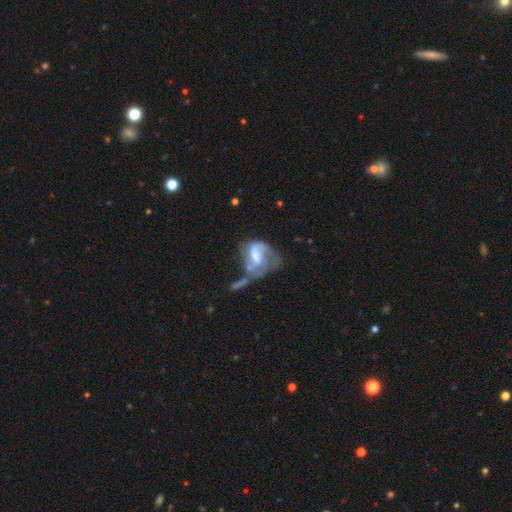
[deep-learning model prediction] Smooth or featured?
  - featured or disk: 68% *
  - smooth: 24%
  - star or artifact: 7%
Edge-on disk?
  - no: 97% *
  - yes: 3%
Bar?
  - weak: 49% *
  - no: 32%
  - strong: 19%
Spiral arms?
  - yes: 76% *
  - no: 24%
Spiral winding?
  - medium: 41% *
  - loose: 37%
  - tight: 22%
Spiral arm count?
  - 2: 49% *
  - 1: 30%
  - can't tell: 16%
  - 3: 3%
  - 4: 1%
  - more than 4: 1%
Bulge size?
  - moderate: 45% *
  - small: 25%
  - none: 16%
  - large: 13%
  - dominant: 2%
Merging?
  - major disturbance: 34% *
  - merger: 27%
  - none: 22%
  - minor disturbance: 17%